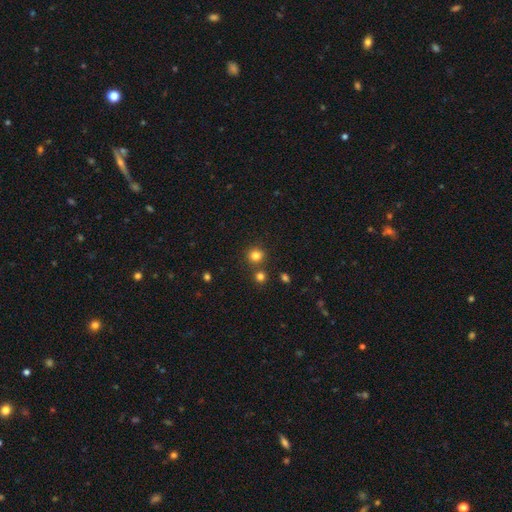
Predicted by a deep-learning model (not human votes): Smooth or featured? smooth (80%)
How rounded? round (89%)
Merging? none (78%)